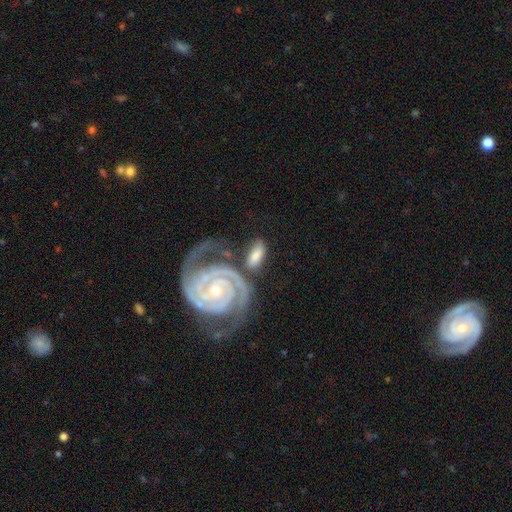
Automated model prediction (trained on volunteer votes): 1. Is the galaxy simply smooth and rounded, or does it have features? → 51% featured or disk, 43% smooth, 6% star or artifact.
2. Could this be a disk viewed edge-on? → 92% no, 8% yes.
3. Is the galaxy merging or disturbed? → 56% none, 19% minor disturbance, 16% merger, 9% major disturbance.